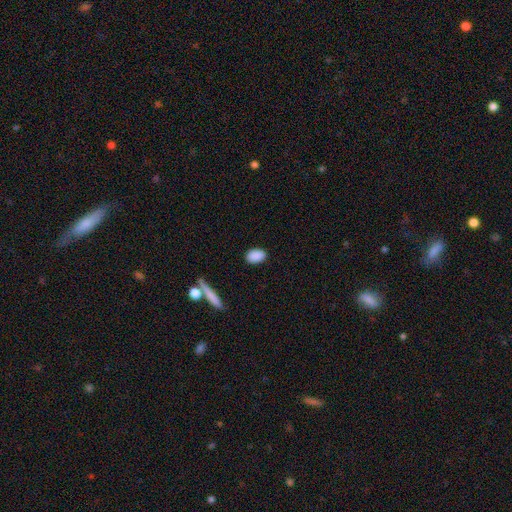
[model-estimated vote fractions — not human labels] Smooth or featured? Predicted: smooth (p=0.89). How rounded? Predicted: in between (p=0.88). Merging? Predicted: none (p=0.87).